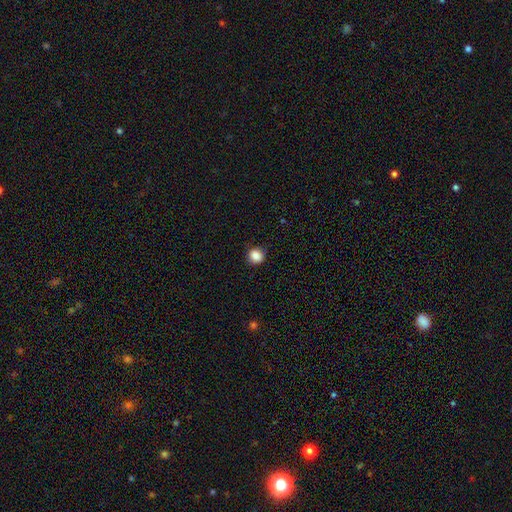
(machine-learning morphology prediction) smooth-or-featured: smooth: 87% | star or artifact: 10% | featured or disk: 3%
  how-rounded: round: 83% | in between: 16% | cigar-shaped: 1%
  merging: none: 87% | minor disturbance: 10% | major disturbance: 2% | merger: 1%